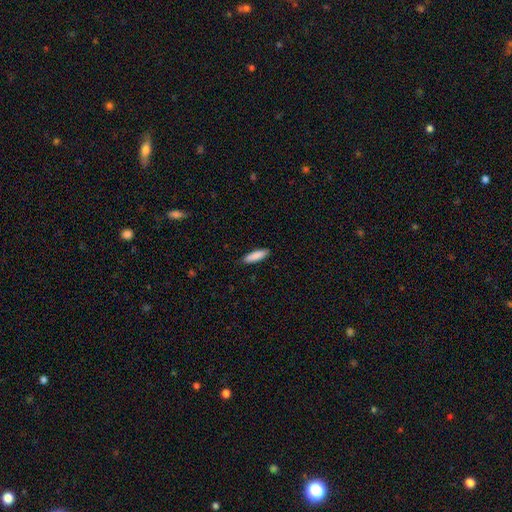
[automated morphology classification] Q: Smooth or featured?
A: smooth (89%); runner-up: featured or disk (6%)
Q: How rounded?
A: cigar-shaped (62%); runner-up: in between (37%)
Q: Merging?
A: none (89%); runner-up: minor disturbance (9%)